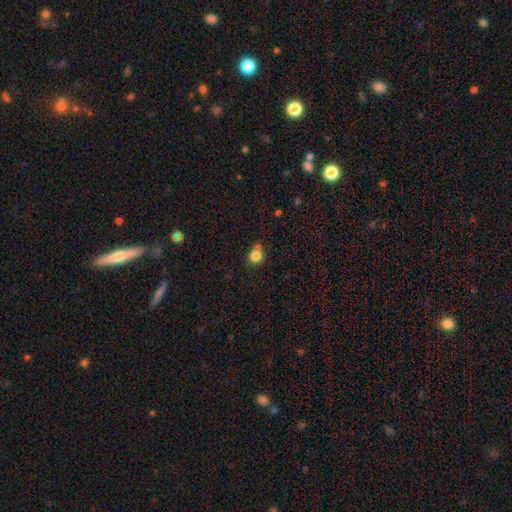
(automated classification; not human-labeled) Smooth or featured?
  - smooth: 83% *
  - star or artifact: 11%
  - featured or disk: 6%
How rounded?
  - round: 73% *
  - in between: 26%
  - cigar-shaped: 1%
Merging?
  - none: 58% *
  - minor disturbance: 23%
  - merger: 13%
  - major disturbance: 6%